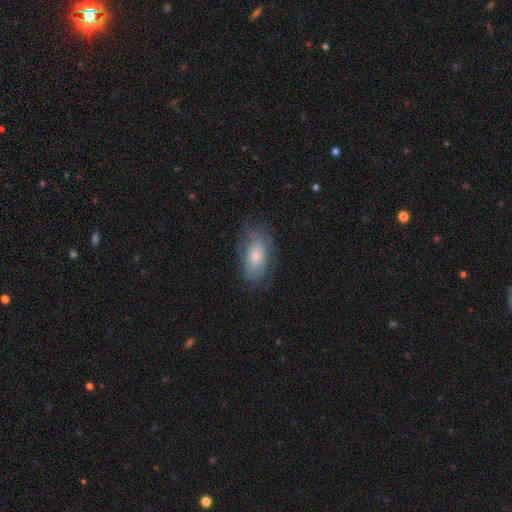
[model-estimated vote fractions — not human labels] Smooth or featured: smooth — 56% (featured or disk — 36%)
How rounded: in between — 90% (round — 6%)
Merging: none — 61% (minor disturbance — 25%)